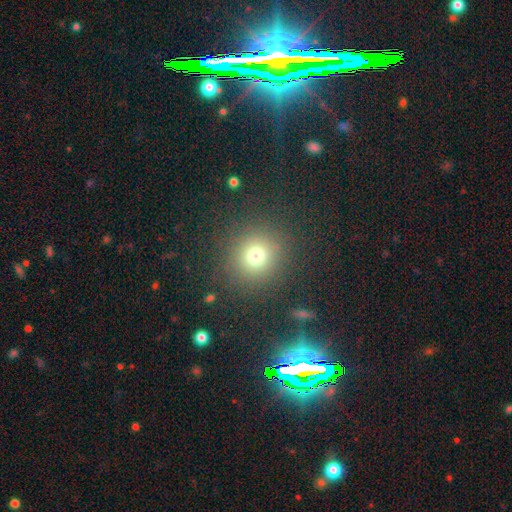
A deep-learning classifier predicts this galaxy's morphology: Overall: smooth (73%). How rounded: round (91%). Merging: none (88%).